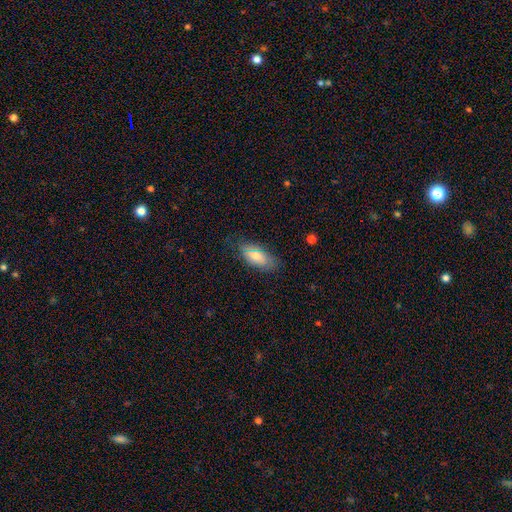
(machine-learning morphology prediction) Smooth or featured: smooth — 74% (featured or disk — 19%)
How rounded: in between — 83% (cigar-shaped — 15%)
Merging: none — 75% (minor disturbance — 20%)